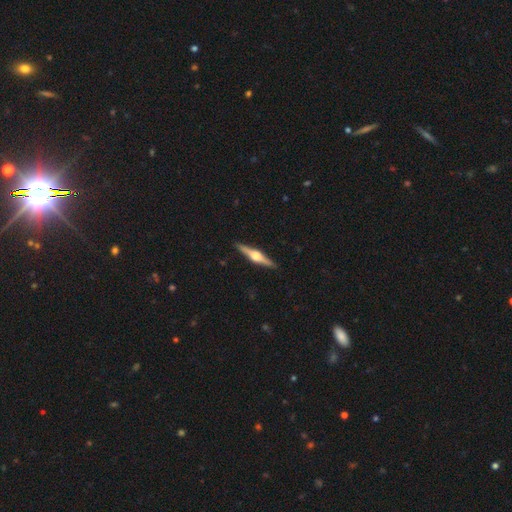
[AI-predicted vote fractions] Overall: featured or disk (79%). Edge-on disk: yes (98%). Edge-on bulge: rounded (95%). Merging: none (92%).